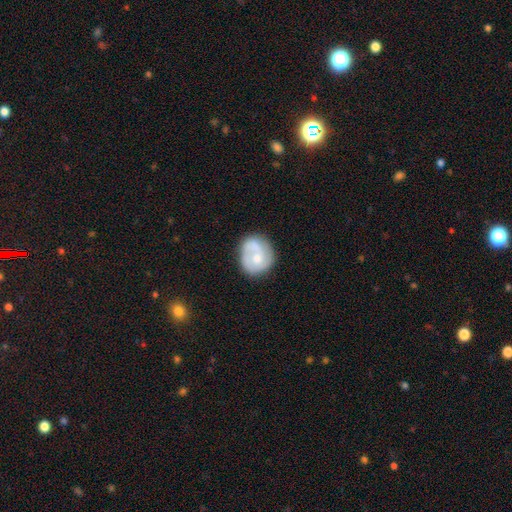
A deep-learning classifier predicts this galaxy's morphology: Smooth or featured?
  - featured or disk: 51% *
  - smooth: 43%
  - star or artifact: 6%
Edge-on disk?
  - no: 98% *
  - yes: 2%
Bar?
  - no: 72% *
  - weak: 24%
  - strong: 4%
Spiral arms?
  - yes: 70% *
  - no: 30%
Bulge size?
  - moderate: 54% *
  - small: 34%
  - none: 6%
  - large: 5%
  - dominant: 1%
Merging?
  - none: 65% *
  - minor disturbance: 21%
  - major disturbance: 8%
  - merger: 6%